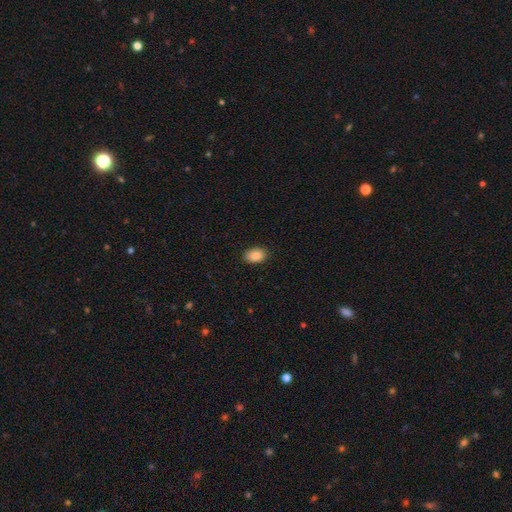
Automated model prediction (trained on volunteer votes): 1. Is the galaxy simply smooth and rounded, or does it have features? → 87% smooth, 8% star or artifact, 5% featured or disk.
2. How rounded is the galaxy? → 84% in between, 15% round, 1% cigar-shaped.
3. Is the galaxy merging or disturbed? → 88% none, 9% minor disturbance, 2% major disturbance, 1% merger.